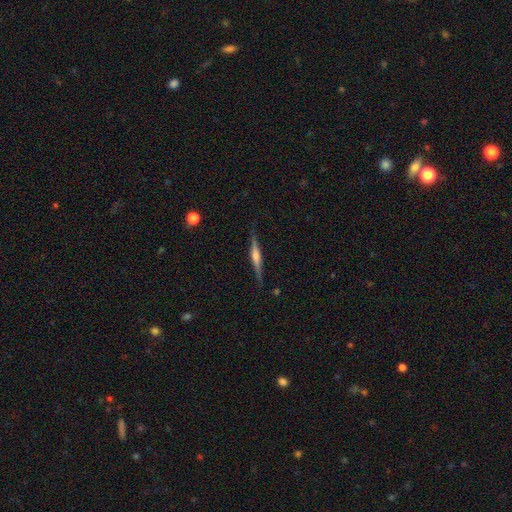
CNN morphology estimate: Overall: featured or disk (71%). Edge-on disk: yes (97%). Edge-on bulge: rounded (65%). Merging: none (86%).